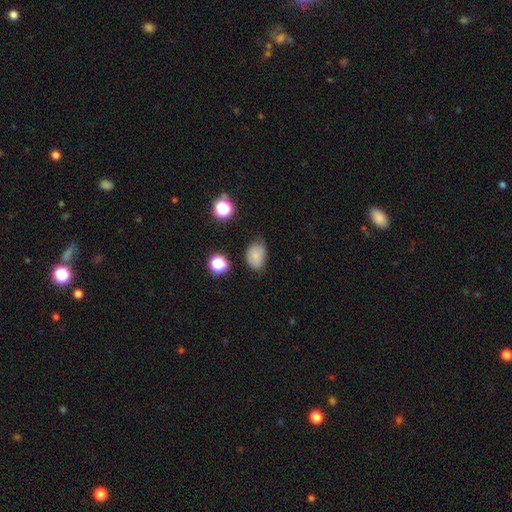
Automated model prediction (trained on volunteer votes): smooth_or_featured: smooth (p=0.79) [alt: star or artifact p=0.12]
how_rounded: in between (p=0.75) [alt: round p=0.24]
merging: none (p=0.60) [alt: minor disturbance p=0.31]